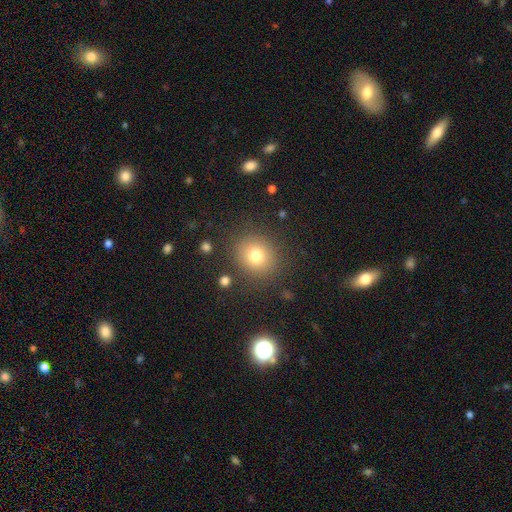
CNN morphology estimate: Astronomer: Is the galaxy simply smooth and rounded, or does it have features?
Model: smooth — 75%.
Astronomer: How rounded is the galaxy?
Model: round — 84%.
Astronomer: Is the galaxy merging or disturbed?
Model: none — 84%.